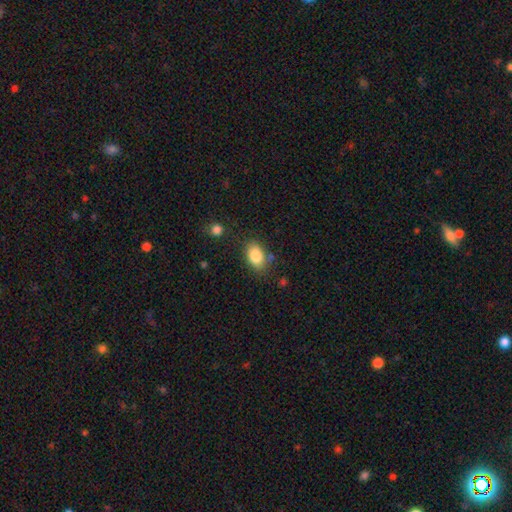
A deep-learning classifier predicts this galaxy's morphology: This appears to be a smooth galaxy with no disk features (84%) that is in between round and cigar-shaped (85%). Merging: none (77%).